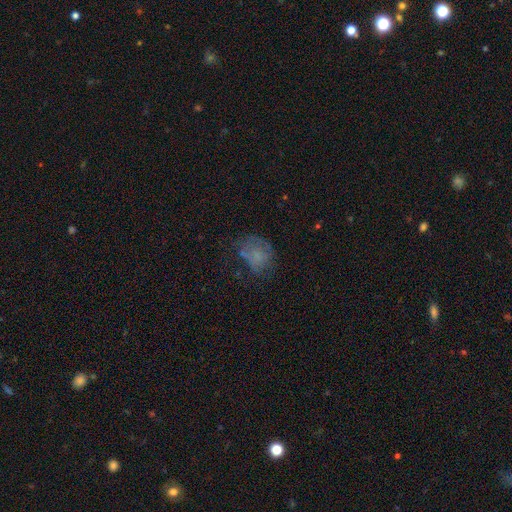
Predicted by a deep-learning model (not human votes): smooth-or-featured: smooth: 54% | featured or disk: 29% | star or artifact: 17%
  how-rounded: in between: 54% | round: 45% | cigar-shaped: 1%
  merging: none: 42% | major disturbance: 28% | minor disturbance: 26% | merger: 4%